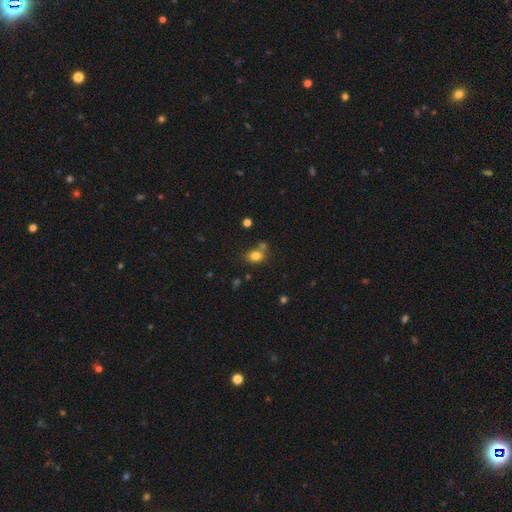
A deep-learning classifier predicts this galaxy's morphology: smooth 78%, star or artifact 13%, featured or disk 9%. Down the decision tree: how rounded — in between (56%); merging — none (58%).